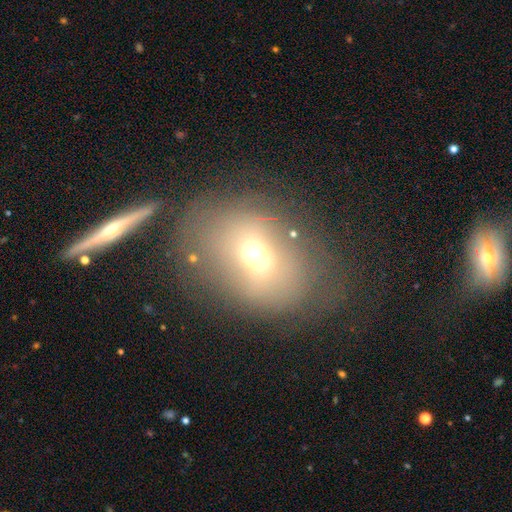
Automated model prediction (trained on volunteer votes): Q: Smooth or featured?
A: smooth (60%); runner-up: featured or disk (24%)
Q: How rounded?
A: in between (57%); runner-up: round (42%)
Q: Merging?
A: none (56%); runner-up: minor disturbance (19%)